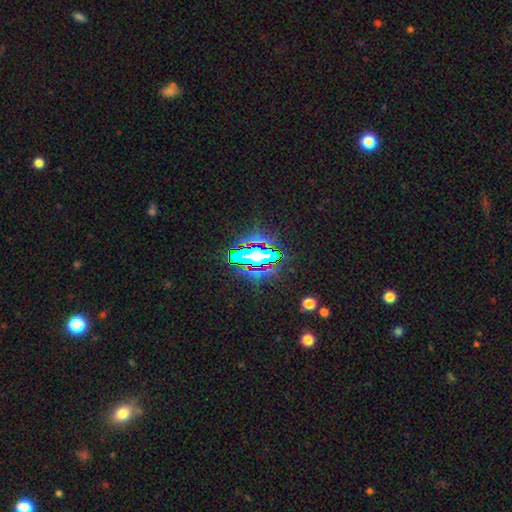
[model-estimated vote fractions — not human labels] Smooth or featured: star or artifact — 66% (smooth — 20%)